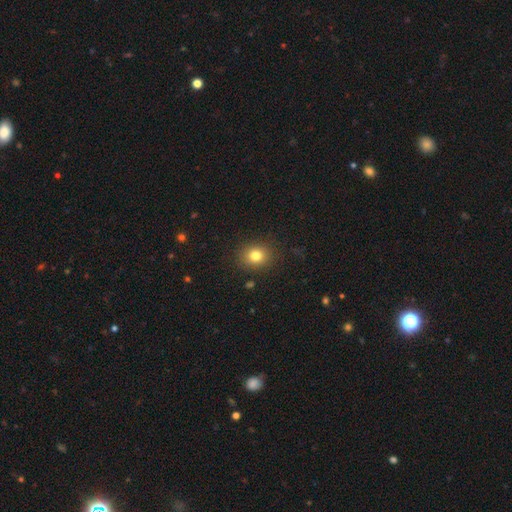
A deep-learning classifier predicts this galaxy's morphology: smooth 80%, star or artifact 12%, featured or disk 8%. Down the decision tree: how rounded — round (69%); merging — none (88%).